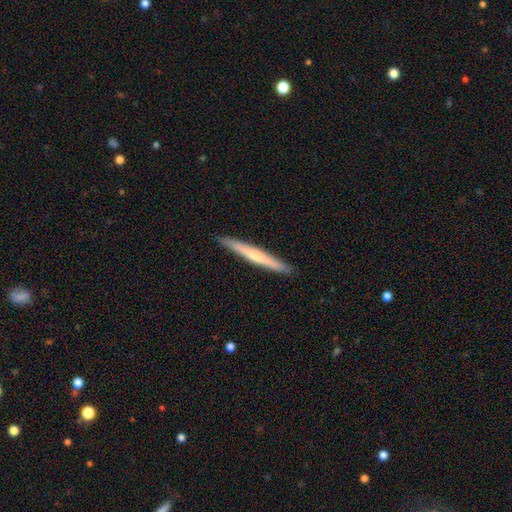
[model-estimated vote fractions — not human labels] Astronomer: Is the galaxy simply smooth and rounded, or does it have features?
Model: smooth — 50% (runner-up: featured or disk, 45%).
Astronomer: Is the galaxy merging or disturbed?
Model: none — 92%.